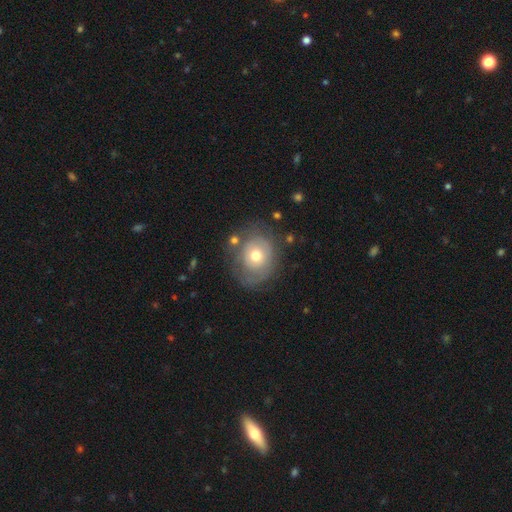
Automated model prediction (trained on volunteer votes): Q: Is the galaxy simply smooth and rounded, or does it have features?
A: smooth — 51%.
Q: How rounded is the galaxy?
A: round — 69%.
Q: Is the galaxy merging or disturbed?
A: none — 64%.